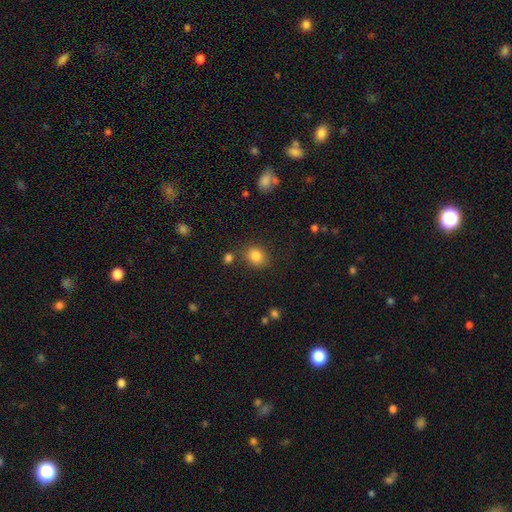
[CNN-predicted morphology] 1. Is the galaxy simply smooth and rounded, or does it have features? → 84% smooth, 11% star or artifact, 6% featured or disk.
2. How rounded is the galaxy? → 60% round, 39% in between, 1% cigar-shaped.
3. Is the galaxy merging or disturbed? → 78% none, 11% minor disturbance, 7% merger, 4% major disturbance.